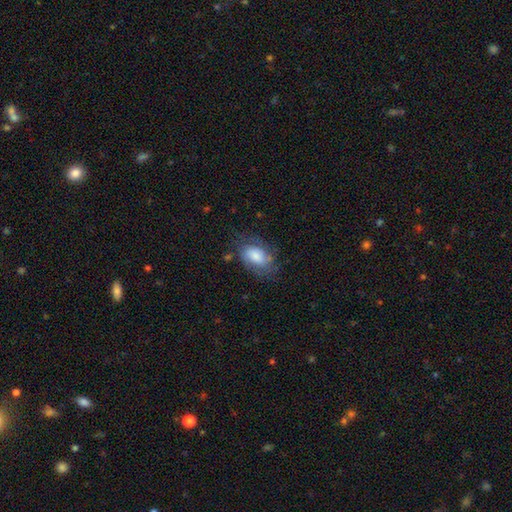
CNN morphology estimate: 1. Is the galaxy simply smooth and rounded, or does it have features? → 58% smooth, 34% featured or disk, 8% star or artifact.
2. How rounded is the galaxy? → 88% in between, 10% round, 2% cigar-shaped.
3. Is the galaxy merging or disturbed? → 59% none, 25% minor disturbance, 14% major disturbance, 2% merger.